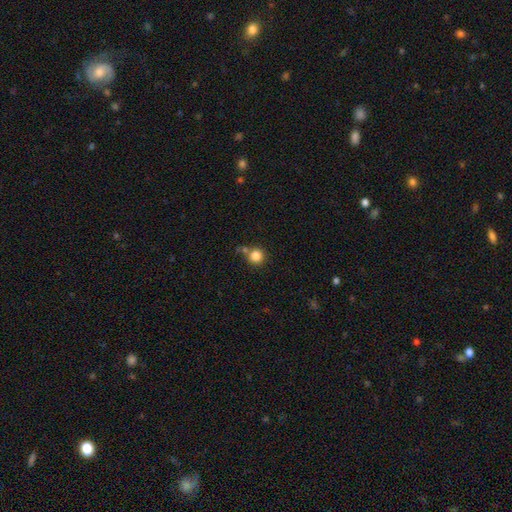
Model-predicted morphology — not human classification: smooth-or-featured: smooth: 84% | star or artifact: 11% | featured or disk: 5%
  how-rounded: round: 94% | in between: 6% | cigar-shaped: 1%
  merging: none: 69% | merger: 16% | minor disturbance: 11% | major disturbance: 4%